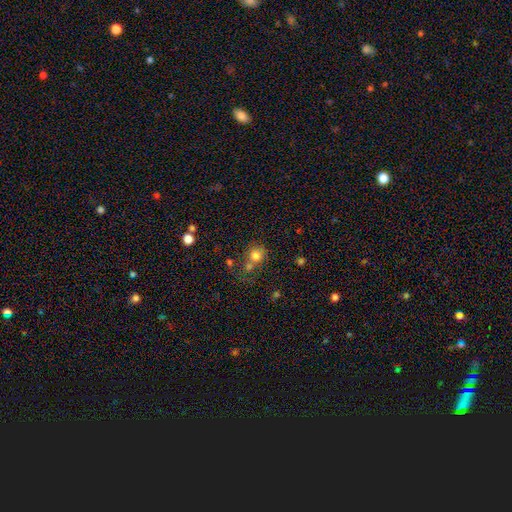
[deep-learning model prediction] Smooth or featured?
  - smooth: 78% *
  - star or artifact: 12%
  - featured or disk: 10%
How rounded?
  - round: 81% *
  - in between: 18%
  - cigar-shaped: 1%
Merging?
  - none: 46% *
  - merger: 33%
  - minor disturbance: 13%
  - major disturbance: 8%